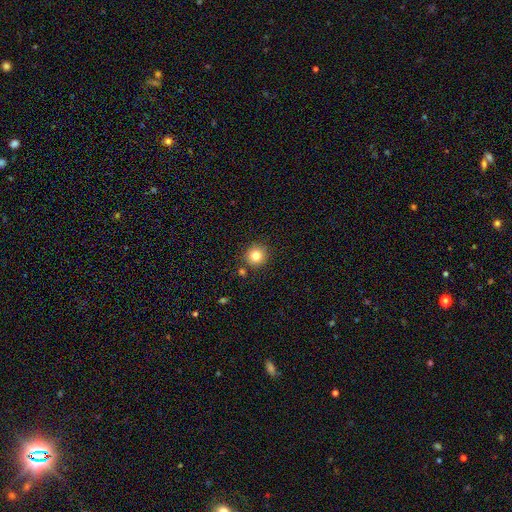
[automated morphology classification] type=smooth (82%); roundness=round (93%); merging=none (86%).